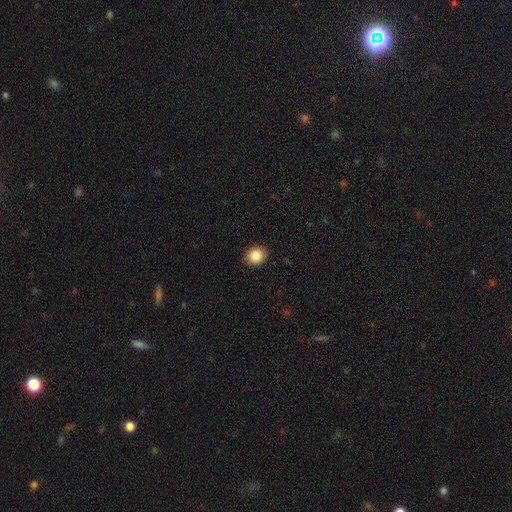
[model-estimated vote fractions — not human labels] Smooth or featured? smooth (87%)
How rounded? round (70%)
Merging? none (91%)